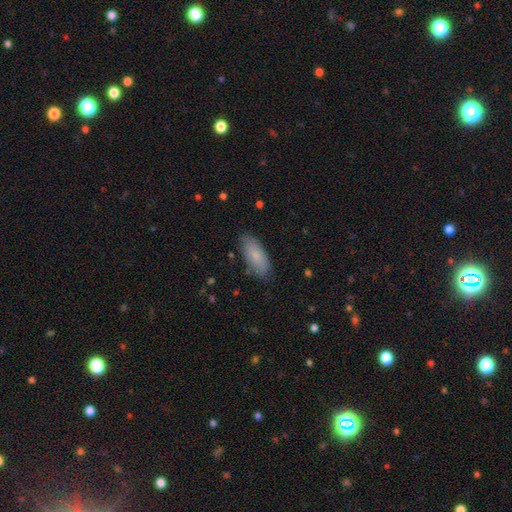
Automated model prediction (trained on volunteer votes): This is clearly a smooth galaxy (80%). How rounded: clearly in between (85%). Merging: likely none (80%).